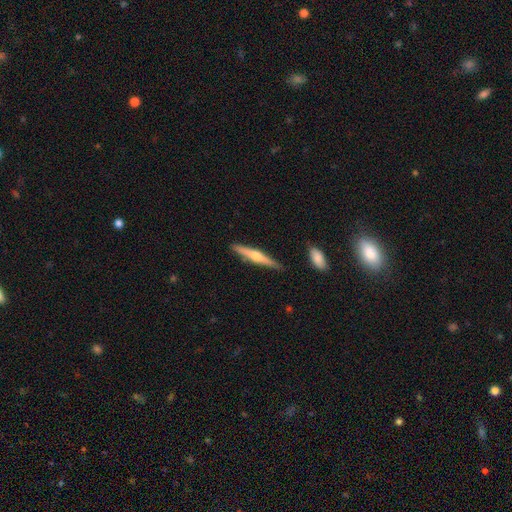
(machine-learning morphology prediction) featured or disk 62%, smooth 33%, star or artifact 5%. Down the decision tree: edge-on disk — yes (97%); edge-on bulge — rounded (88%); merging — none (87%).